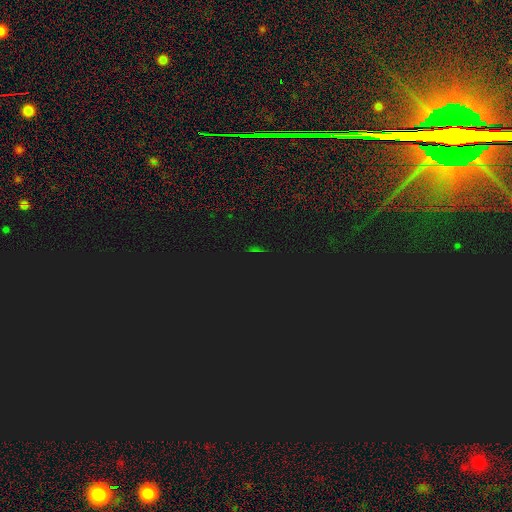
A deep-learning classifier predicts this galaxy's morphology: The model was most divided on "smooth or featured": star or artifact: 76%, smooth: 15%, featured or disk: 9%.